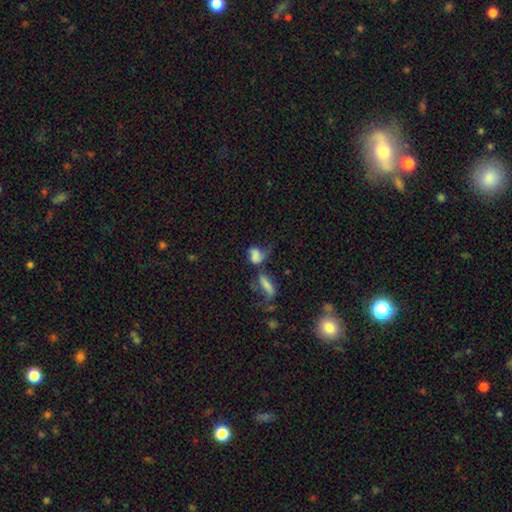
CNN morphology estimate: This appears to be a smooth galaxy with no disk features (63%) that is in between round and cigar-shaped (69%). Merging: merger (41%).